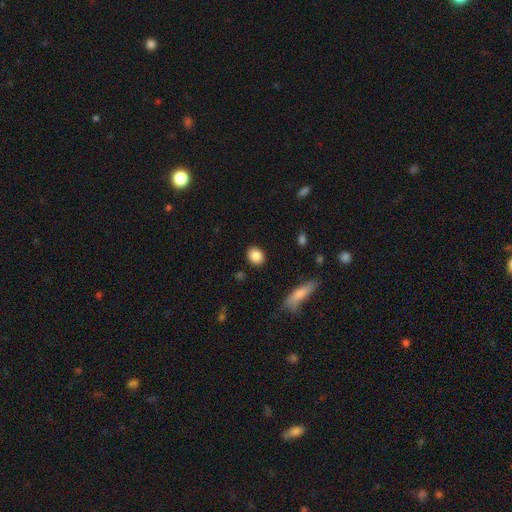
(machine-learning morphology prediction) smooth_or_featured: smooth (p=0.86) [alt: star or artifact p=0.08]
how_rounded: round (p=0.63) [alt: in between p=0.35]
merging: none (p=0.89) [alt: minor disturbance p=0.07]